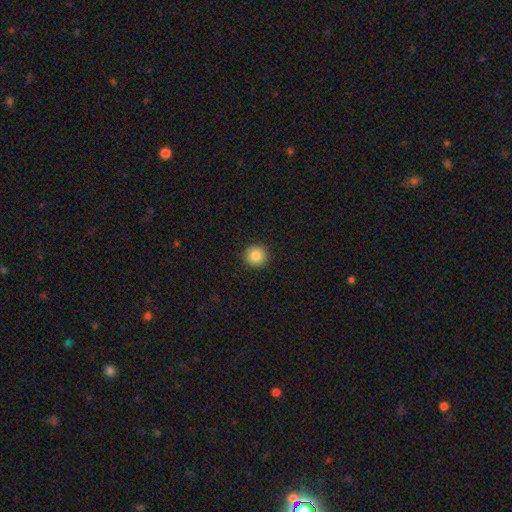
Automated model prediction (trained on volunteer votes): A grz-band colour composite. It shows a smooth galaxy with no disk features (86%) that is round (94%). Merging: none (93%).